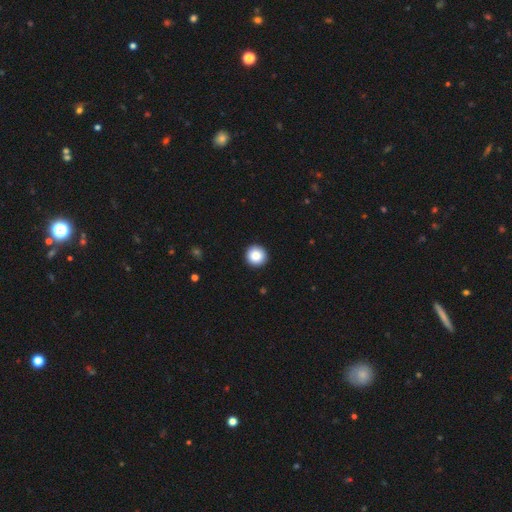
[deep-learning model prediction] smooth_or_featured: smooth (p=0.87) [alt: star or artifact p=0.08]
how_rounded: round (p=0.96) [alt: in between p=0.03]
merging: none (p=0.93) [alt: minor disturbance p=0.05]